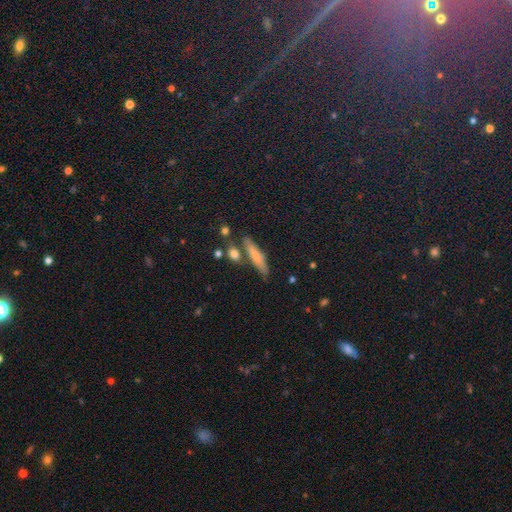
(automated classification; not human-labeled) Q: Smooth or featured?
A: smooth (71%); runner-up: featured or disk (21%)
Q: How rounded?
A: cigar-shaped (81%); runner-up: in between (16%)
Q: Merging?
A: none (75%); runner-up: minor disturbance (13%)